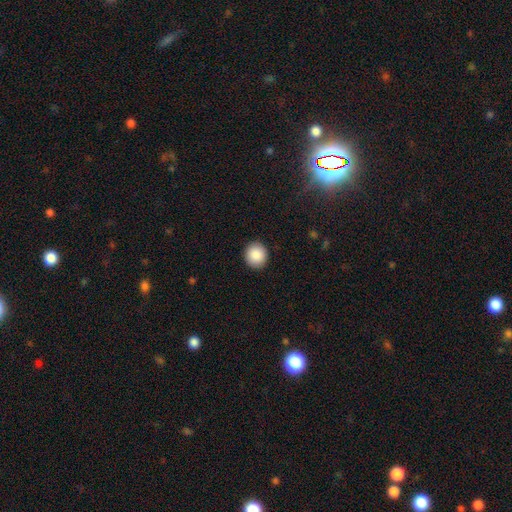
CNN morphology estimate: smooth-or-featured: smooth: 89% | star or artifact: 8% | featured or disk: 3%
  how-rounded: round: 88% | in between: 12% | cigar-shaped: 1%
  merging: none: 92% | minor disturbance: 6% | major disturbance: 2% | merger: 1%